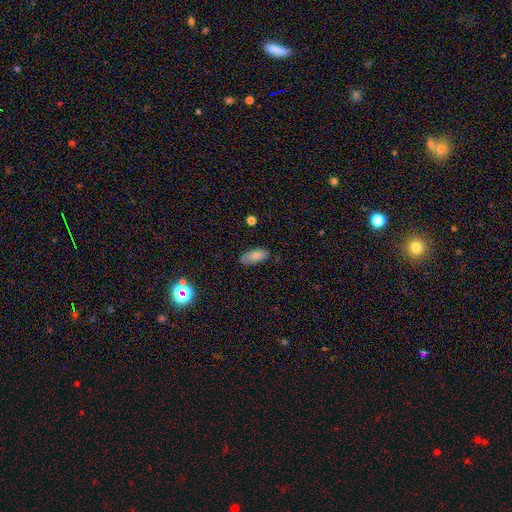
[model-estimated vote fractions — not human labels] A smooth galaxy with no disk features (81%) that is in between round and cigar-shaped (87%).

Vote fractions:
- Smooth or featured? smooth: 81% / featured or disk: 11% / star or artifact: 9%
- How rounded? in between: 87% / cigar-shaped: 10% / round: 2%
- Merging? none: 71% / minor disturbance: 22% / major disturbance: 4% / merger: 2%